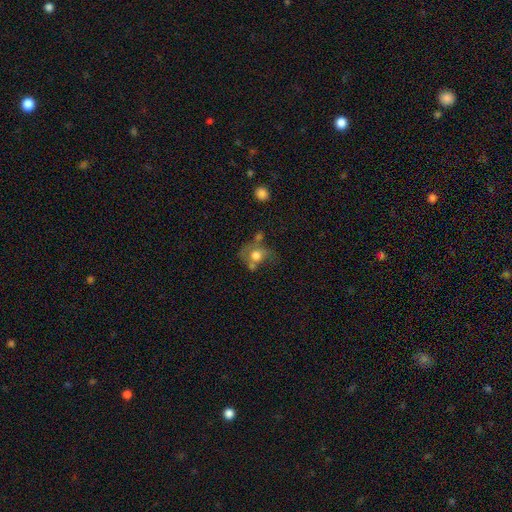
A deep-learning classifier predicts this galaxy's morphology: Smooth or featured: smooth — 60% (featured or disk — 30%)
How rounded: round — 56% (in between — 43%)
Merging: none — 31% (merger — 26%)